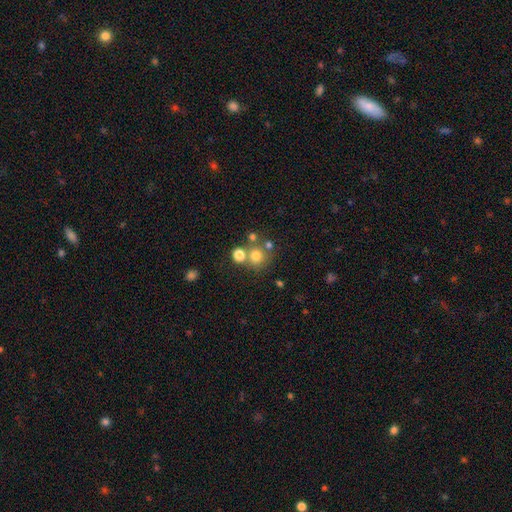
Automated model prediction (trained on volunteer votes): Smooth or featured?
  - smooth: 71% *
  - star or artifact: 17%
  - featured or disk: 12%
How rounded?
  - round: 88% *
  - in between: 11%
  - cigar-shaped: 1%
Merging?
  - none: 62% *
  - merger: 25%
  - minor disturbance: 9%
  - major disturbance: 5%